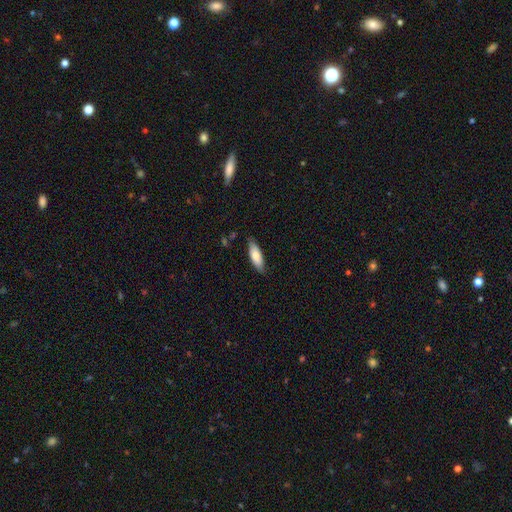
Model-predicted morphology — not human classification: smooth-or-featured: smooth: 77% | featured or disk: 17% | star or artifact: 6%
  how-rounded: in between: 58% | cigar-shaped: 40% | round: 2%
  merging: none: 80% | minor disturbance: 16% | major disturbance: 3% | merger: 2%